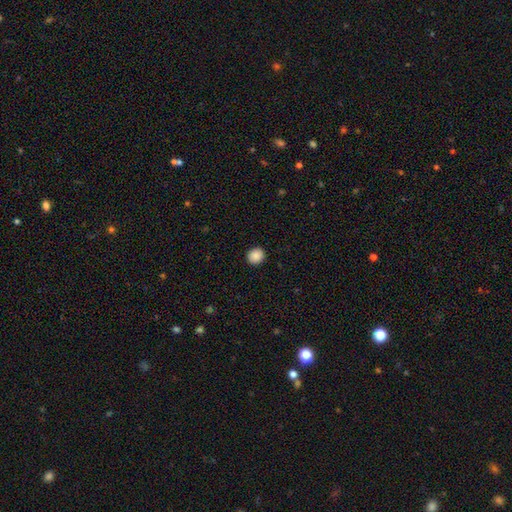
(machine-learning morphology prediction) Overall: smooth (88%). How rounded: round (85%). Merging: none (92%).